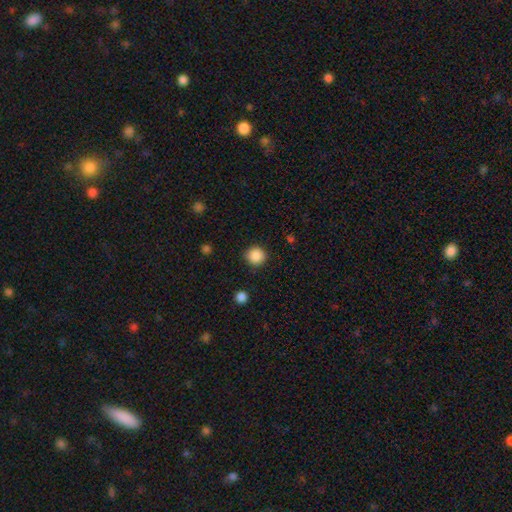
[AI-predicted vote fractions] A smooth galaxy with no disk features (88%) that is round (95%).

Vote fractions:
- Smooth or featured? smooth: 88% / star or artifact: 9% / featured or disk: 3%
- How rounded? round: 95% / in between: 5% / cigar-shaped: 1%
- Merging? none: 90% / minor disturbance: 6% / major disturbance: 2% / merger: 1%